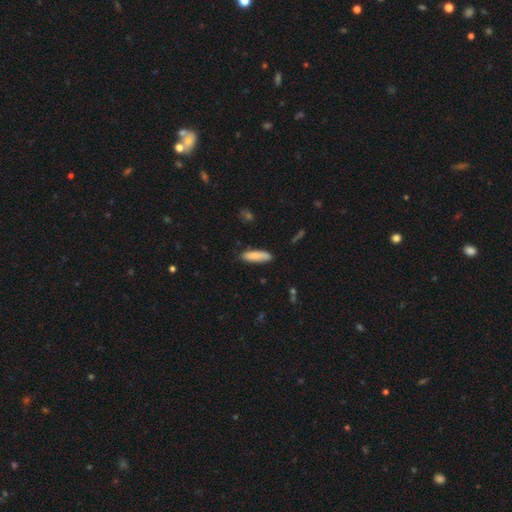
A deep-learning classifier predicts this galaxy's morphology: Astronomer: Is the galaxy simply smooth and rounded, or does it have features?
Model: smooth — 80%.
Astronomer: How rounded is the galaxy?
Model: cigar-shaped — 54% (runner-up: in between, 44%).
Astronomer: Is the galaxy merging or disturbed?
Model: none — 81%.